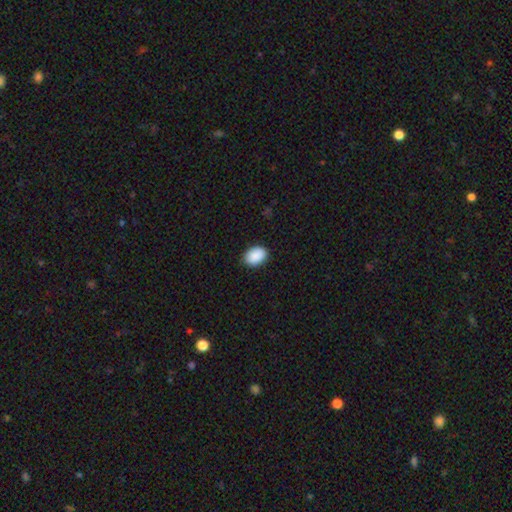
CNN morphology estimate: Overall: smooth (91%). How rounded: in between (81%). Merging: none (87%).